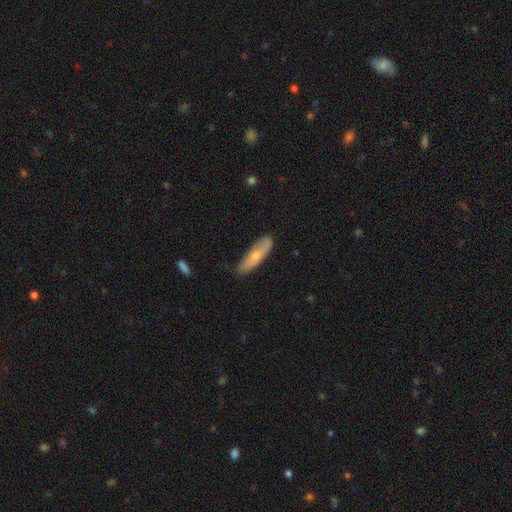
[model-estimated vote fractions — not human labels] Smooth or featured?
  - smooth: 64% *
  - featured or disk: 30%
  - star or artifact: 6%
How rounded?
  - cigar-shaped: 55% *
  - in between: 43%
  - round: 2%
Merging?
  - none: 66% *
  - minor disturbance: 26%
  - major disturbance: 5%
  - merger: 2%